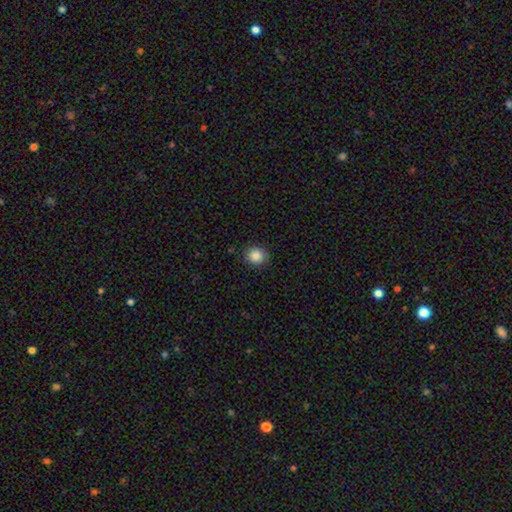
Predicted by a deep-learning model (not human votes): smooth 86%, star or artifact 10%, featured or disk 5%. Down the decision tree: how rounded — round (80%); merging — none (89%).